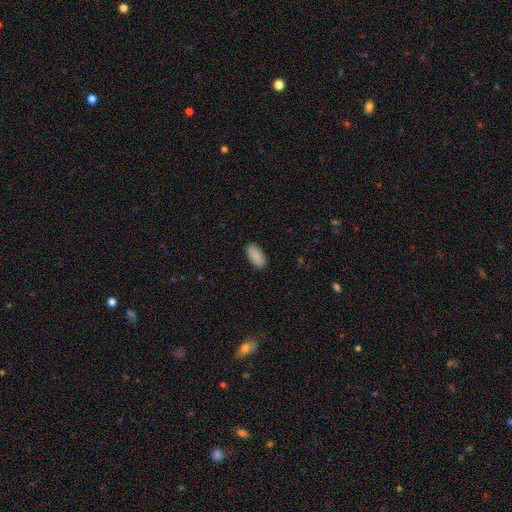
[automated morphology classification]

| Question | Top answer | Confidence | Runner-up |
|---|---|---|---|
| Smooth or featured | smooth | 90% | star or artifact (7%) |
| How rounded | in between | 93% | cigar-shaped (5%) |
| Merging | none | 89% | minor disturbance (8%) |